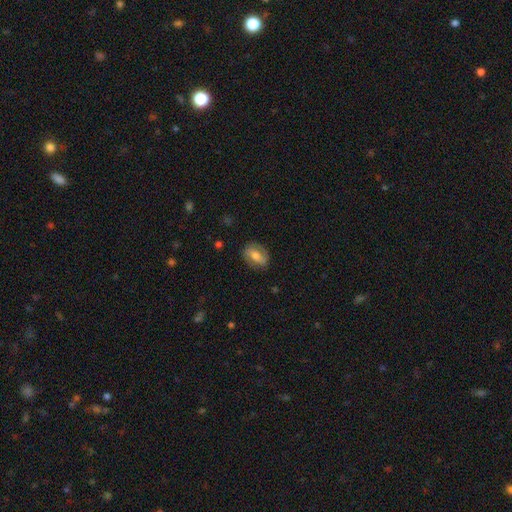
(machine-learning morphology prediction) This is possibly a smooth galaxy (54%). How rounded: likely in between (74%). Merging: clearly none (80%).